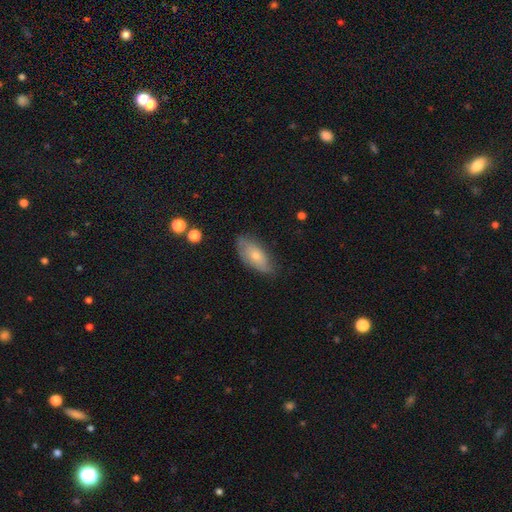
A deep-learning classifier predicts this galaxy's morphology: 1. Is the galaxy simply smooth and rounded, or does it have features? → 64% smooth, 30% featured or disk, 6% star or artifact.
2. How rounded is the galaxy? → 88% in between, 9% cigar-shaped, 3% round.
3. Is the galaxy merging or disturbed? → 67% none, 26% minor disturbance, 5% major disturbance, 2% merger.